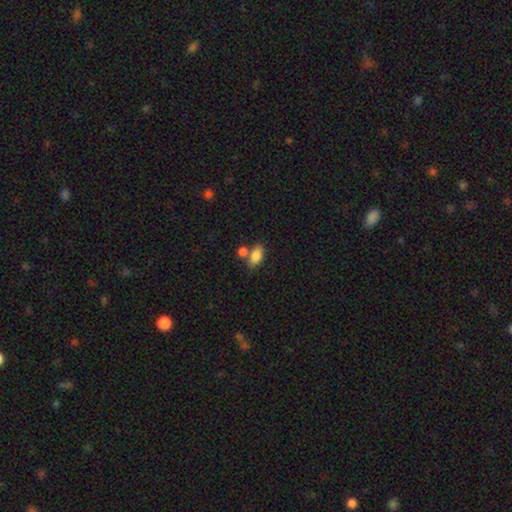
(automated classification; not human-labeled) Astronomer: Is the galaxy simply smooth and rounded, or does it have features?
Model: smooth — 84%.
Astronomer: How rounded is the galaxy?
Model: in between — 88%.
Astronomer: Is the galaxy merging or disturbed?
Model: none — 54%.